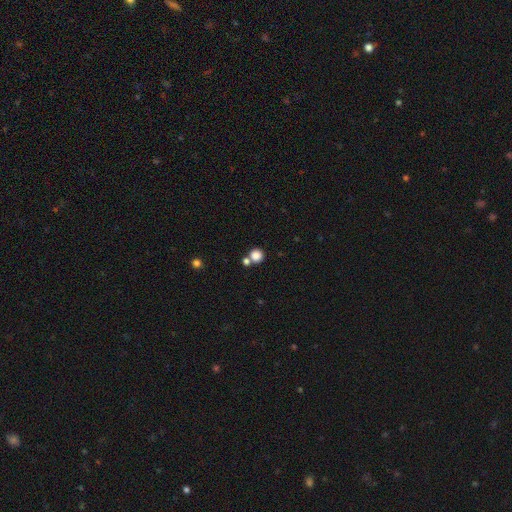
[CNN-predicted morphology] smooth 83%, star or artifact 12%, featured or disk 5%. Down the decision tree: how rounded — round (92%); merging — none (64%).